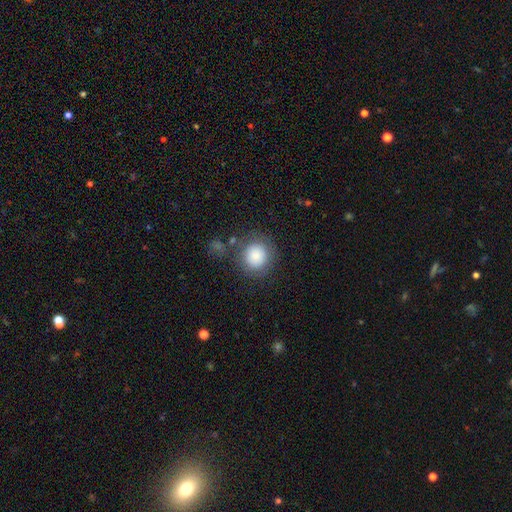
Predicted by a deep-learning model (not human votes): smooth_or_featured: smooth (p=0.85) [alt: star or artifact p=0.09]
how_rounded: round (p=0.91) [alt: in between p=0.08]
merging: none (p=0.77) [alt: minor disturbance p=0.12]